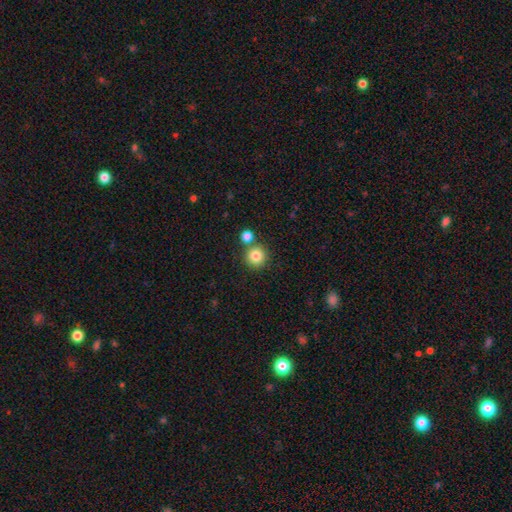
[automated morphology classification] type=smooth (82%); roundness=round (94%); merging=none (75%).